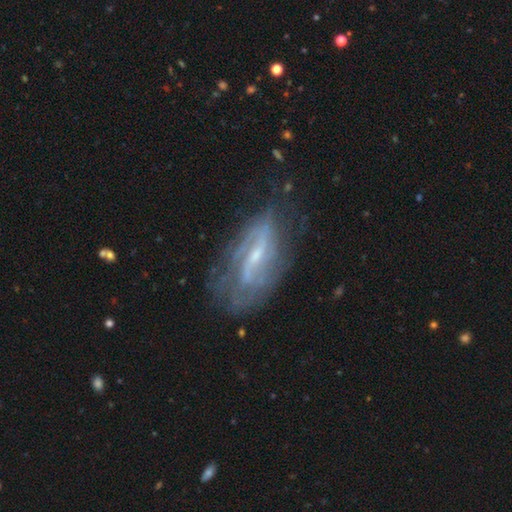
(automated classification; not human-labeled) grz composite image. It shows a featured or disk galaxy (79%) with a weak bar (47%), 2 (50%) medium (38%) spiral arms (82%) and a small central bulge (63%). Merging: none (61%).